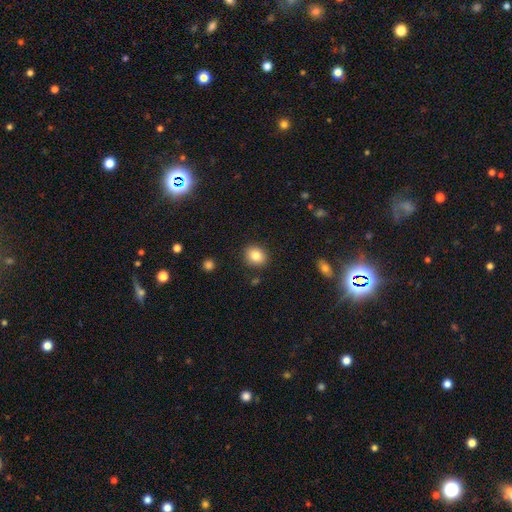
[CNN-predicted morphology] Smooth or featured: smooth — 83% (star or artifact — 9%)
How rounded: round — 63% (in between — 36%)
Merging: none — 88% (minor disturbance — 8%)